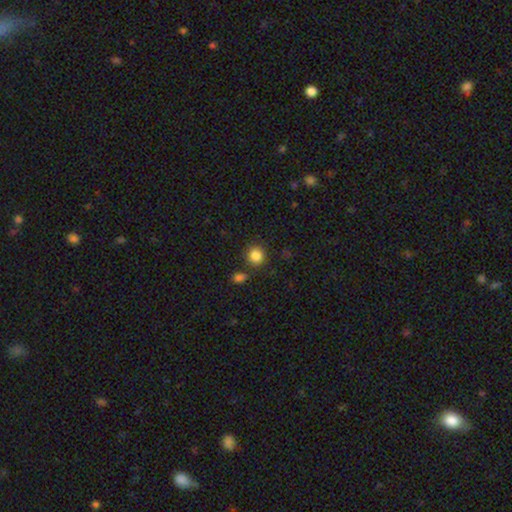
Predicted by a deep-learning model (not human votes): The model was most divided on "merging": none: 80%, minor disturbance: 10%, merger: 7%, major disturbance: 3%. More confident: smooth or featured — smooth (86%); how rounded — round (85%).